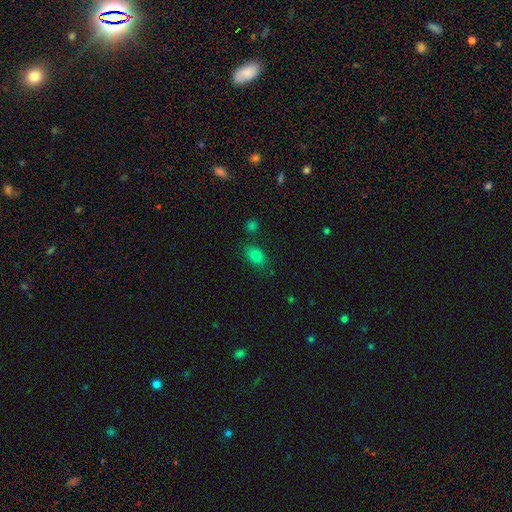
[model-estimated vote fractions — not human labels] Smooth or featured? smooth (81%)
How rounded? in between (84%)
Merging? none (79%)